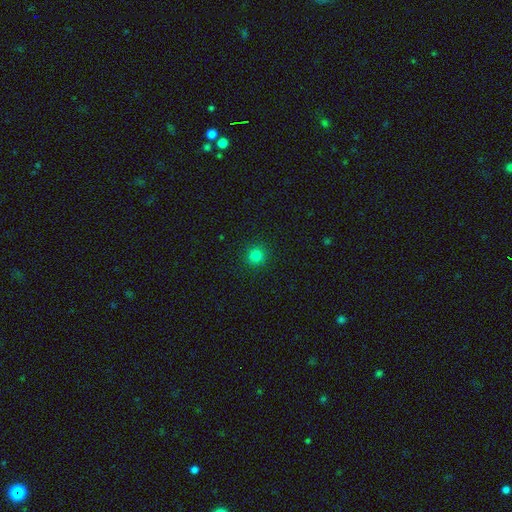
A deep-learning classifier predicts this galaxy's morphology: Smooth or featured: smooth — 81% (star or artifact — 14%)
How rounded: round — 94% (in between — 5%)
Merging: none — 92% (minor disturbance — 5%)